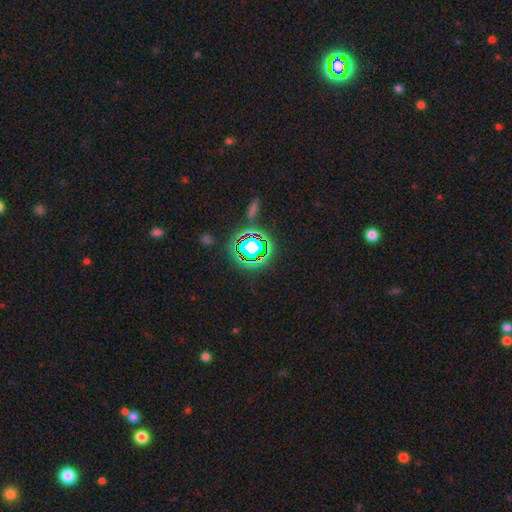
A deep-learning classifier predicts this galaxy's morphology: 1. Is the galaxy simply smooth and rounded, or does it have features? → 76% star or artifact, 16% smooth, 8% featured or disk.